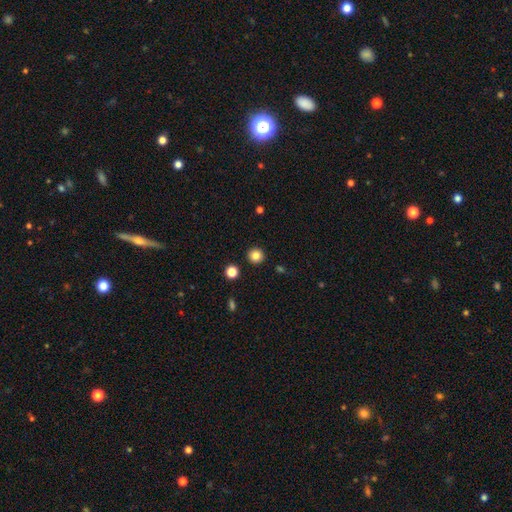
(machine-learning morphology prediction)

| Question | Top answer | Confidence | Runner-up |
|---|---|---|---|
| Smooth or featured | smooth | 84% | star or artifact (11%) |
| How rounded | round | 94% | in between (5%) |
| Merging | none | 92% | minor disturbance (5%) |